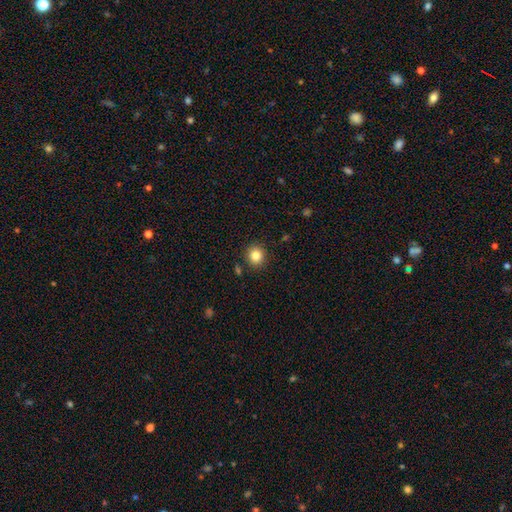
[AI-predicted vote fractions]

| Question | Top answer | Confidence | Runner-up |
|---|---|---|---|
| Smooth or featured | smooth | 84% | star or artifact (10%) |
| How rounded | round | 86% | in between (13%) |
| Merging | none | 89% | minor disturbance (7%) |